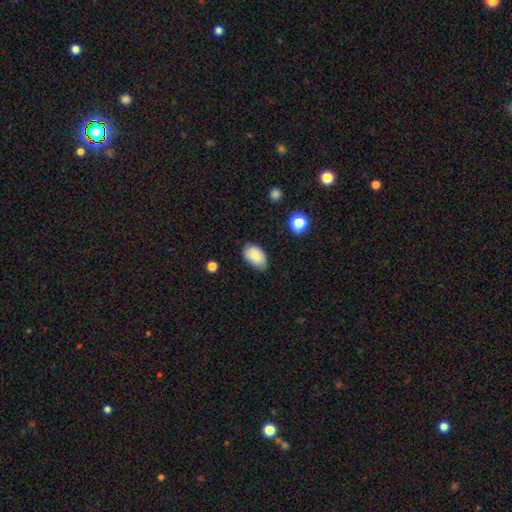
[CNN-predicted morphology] type=smooth (86%); roundness=in between (93%); merging=none (75%).